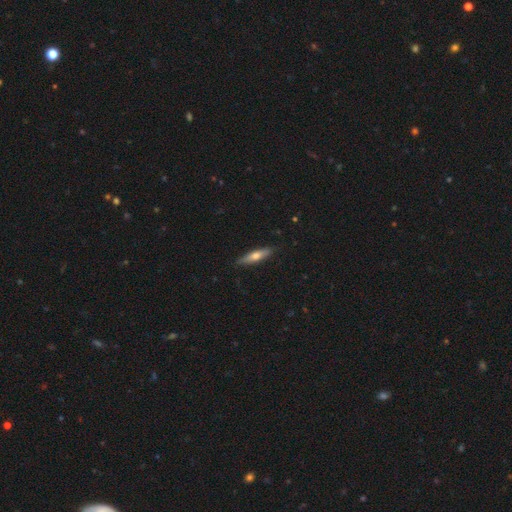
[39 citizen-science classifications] This appears to be a smooth galaxy with no disk features (49%) that is cigar-shaped (95%). Merging: none (94%).